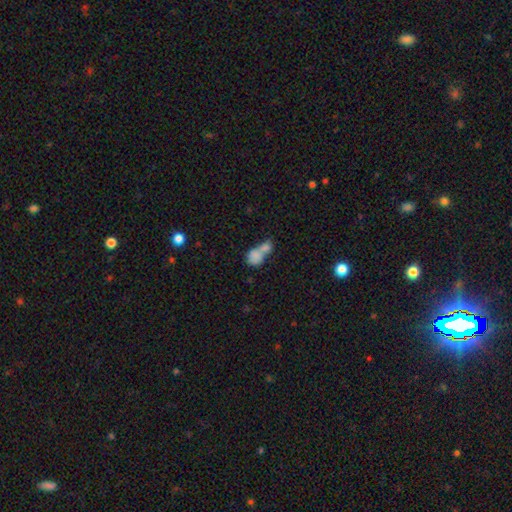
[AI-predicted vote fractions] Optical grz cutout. It shows a smooth galaxy with no disk features (79%) that is in between round and cigar-shaped (51%). Merging: merger (73%).